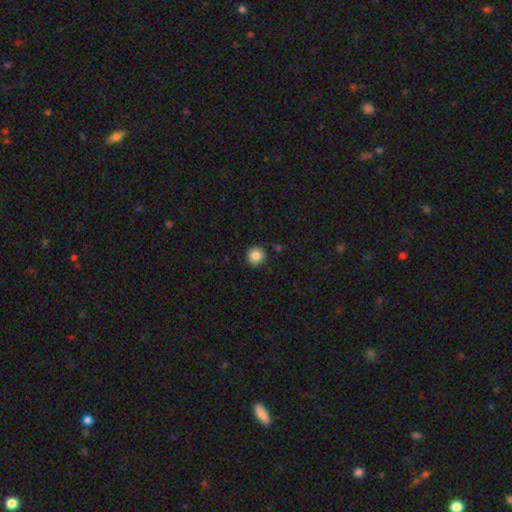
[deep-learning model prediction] Smooth or featured? smooth (85%)
How rounded? round (95%)
Merging? none (90%)